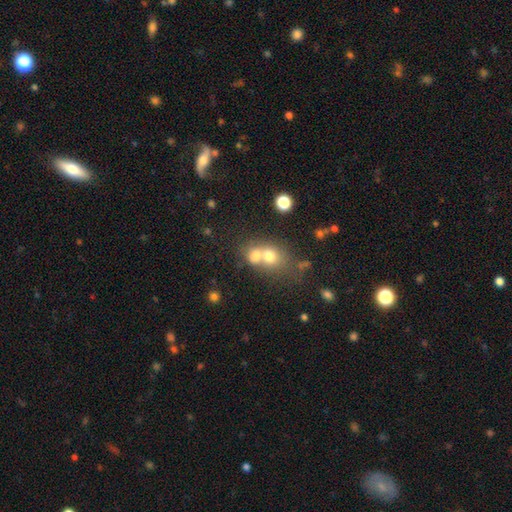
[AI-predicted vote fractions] The model was most divided on "how rounded": round: 64%, in between: 35%, cigar-shaped: 1%. More confident: smooth or featured — smooth (69%); merging — merger (68%).